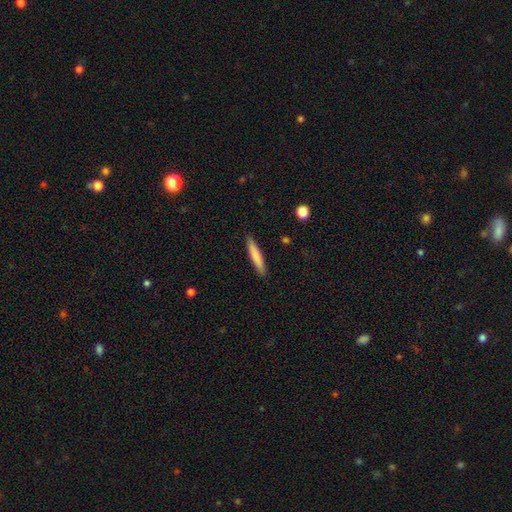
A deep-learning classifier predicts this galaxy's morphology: Smooth or featured? Predicted: smooth (p=0.78). How rounded? Predicted: cigar-shaped (p=0.91). Merging? Predicted: none (p=0.90).